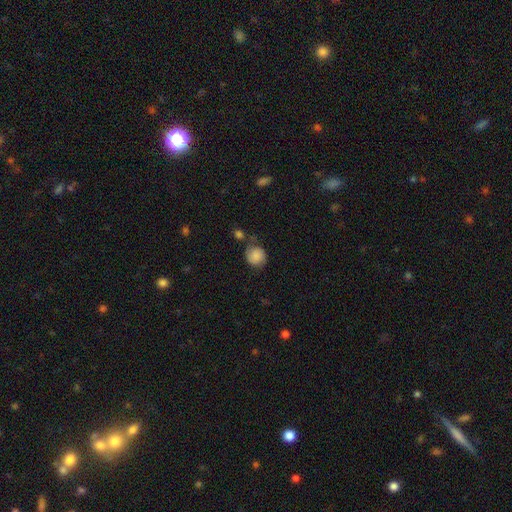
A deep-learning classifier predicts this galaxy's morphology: Smooth or featured: smooth — 77% (featured or disk — 14%)
How rounded: round — 83% (in between — 16%)
Merging: none — 57% (minor disturbance — 23%)